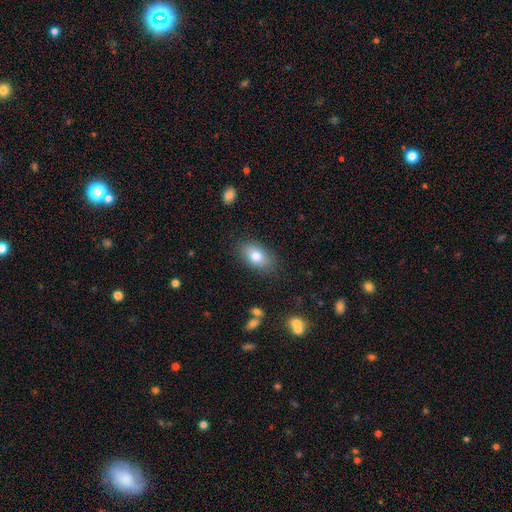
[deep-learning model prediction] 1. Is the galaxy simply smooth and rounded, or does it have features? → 79% smooth, 12% featured or disk, 8% star or artifact.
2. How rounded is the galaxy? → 90% in between, 8% round, 2% cigar-shaped.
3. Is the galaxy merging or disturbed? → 84% none, 12% minor disturbance, 3% major disturbance, 1% merger.